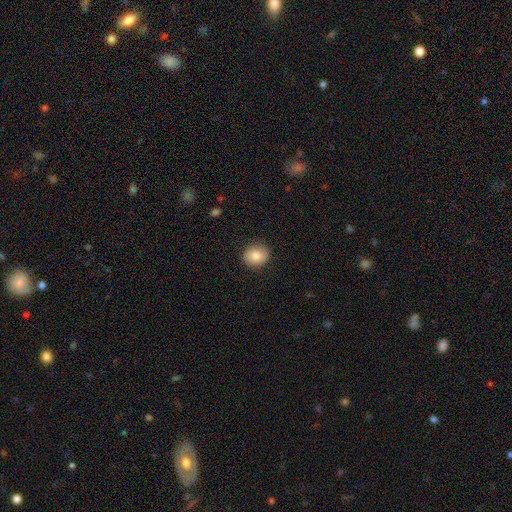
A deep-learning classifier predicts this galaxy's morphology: Smooth or featured? Predicted: smooth (p=0.83). How rounded? Predicted: round (p=0.68). Merging? Predicted: none (p=0.86).